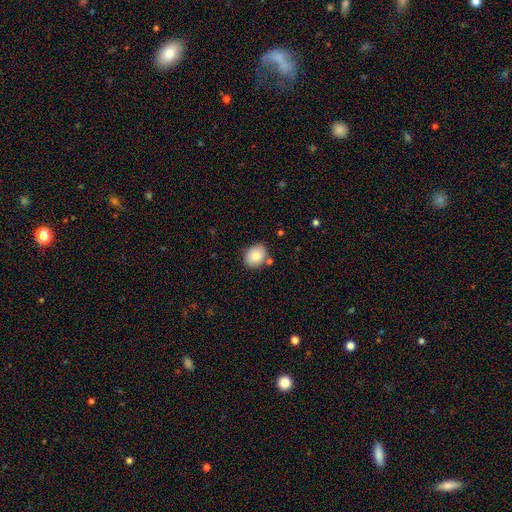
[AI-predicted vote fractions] smooth-or-featured: smooth: 85% | featured or disk: 8% | star or artifact: 7%
  how-rounded: in between: 53% | round: 46% | cigar-shaped: 1%
  merging: none: 78% | minor disturbance: 14% | merger: 6% | major disturbance: 3%